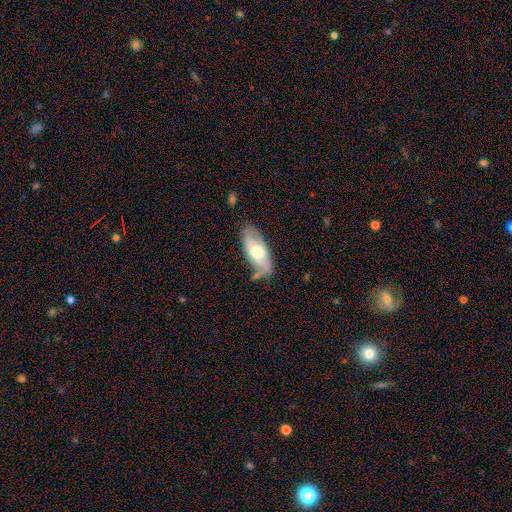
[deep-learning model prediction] Q: Smooth or featured?
A: featured or disk (54%); runner-up: smooth (39%)
Q: Edge-on disk?
A: no (75%); runner-up: yes (25%)
Q: Merging?
A: none (69%); runner-up: minor disturbance (22%)